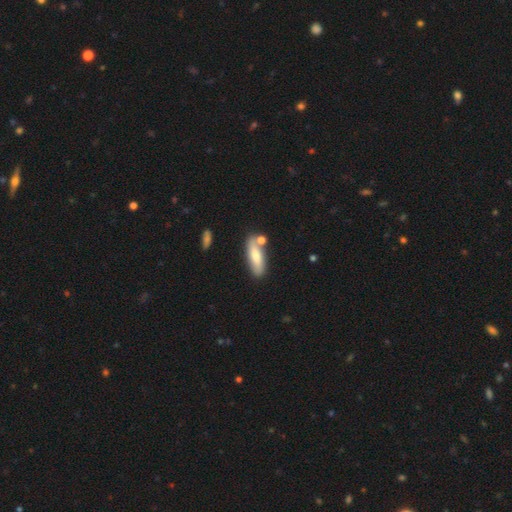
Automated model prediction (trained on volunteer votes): This appears to be a smooth galaxy with no disk features (67%) that is in between round and cigar-shaped (49%). Merging: none (67%).